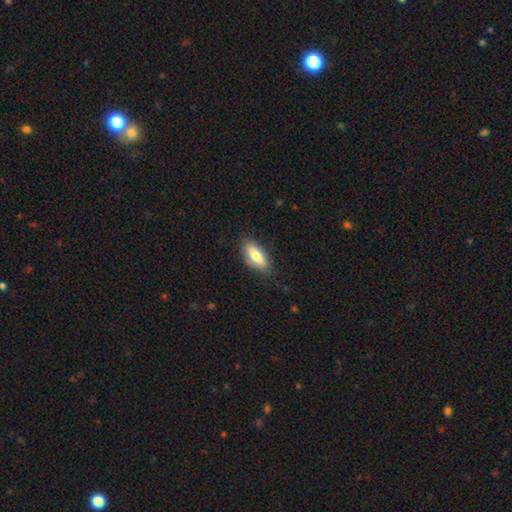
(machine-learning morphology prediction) Smooth or featured? smooth (71%)
How rounded? in between (79%)
Merging? none (83%)